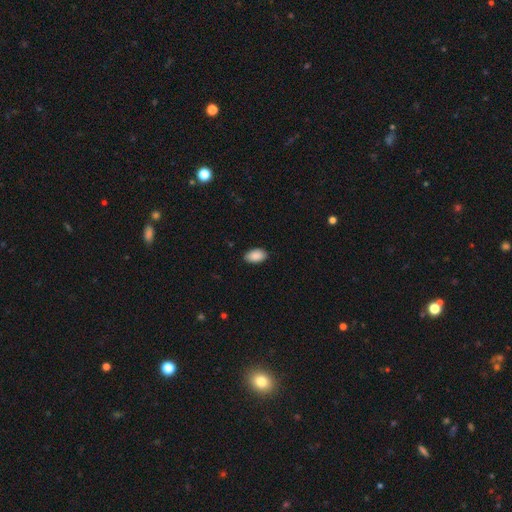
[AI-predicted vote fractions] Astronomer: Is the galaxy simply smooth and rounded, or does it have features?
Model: smooth — 90%.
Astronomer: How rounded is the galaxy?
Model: in between — 94%.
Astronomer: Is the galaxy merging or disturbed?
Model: none — 88%.